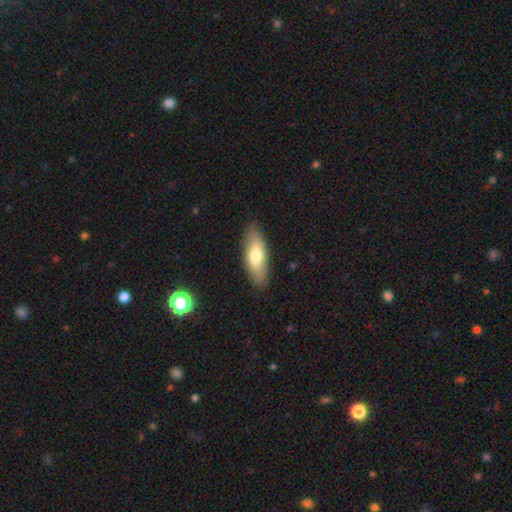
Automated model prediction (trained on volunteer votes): A smooth galaxy with no disk features (70%) that is in between round and cigar-shaped (67%).

Vote fractions:
- Smooth or featured? smooth: 70% / featured or disk: 24% / star or artifact: 6%
- How rounded? in between: 67% / cigar-shaped: 31% / round: 2%
- Merging? none: 86% / minor disturbance: 10% / major disturbance: 2% / merger: 1%